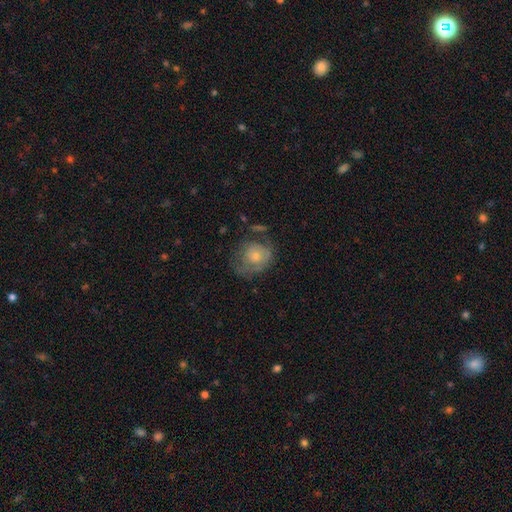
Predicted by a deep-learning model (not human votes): smooth-or-featured: smooth: 55% | featured or disk: 38% | star or artifact: 8%
  how-rounded: round: 68% | in between: 31% | cigar-shaped: 1%
  merging: none: 42% | minor disturbance: 28% | major disturbance: 27% | merger: 4%